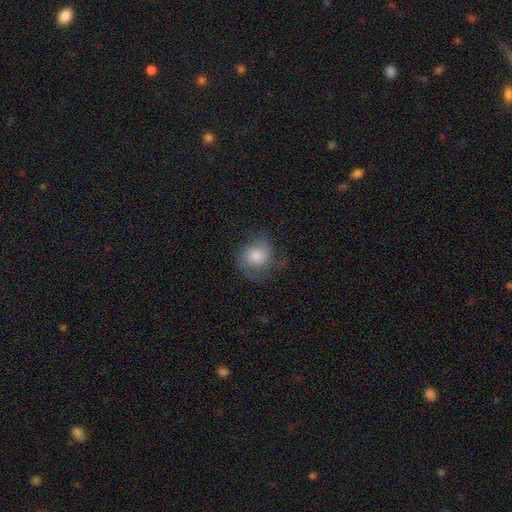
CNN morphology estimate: Smooth or featured?
  - smooth: 44% *
  - featured or disk: 43%
  - star or artifact: 13%
Merging?
  - none: 62% *
  - minor disturbance: 21%
  - major disturbance: 15%
  - merger: 1%